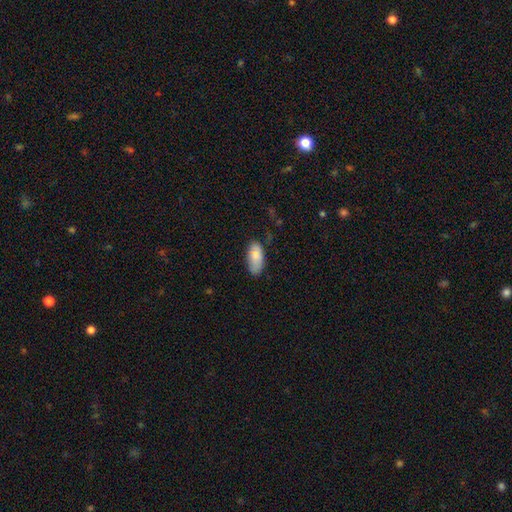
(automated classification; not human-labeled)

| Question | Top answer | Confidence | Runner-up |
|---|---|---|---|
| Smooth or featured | smooth | 84% | featured or disk (10%) |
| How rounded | in between | 91% | cigar-shaped (7%) |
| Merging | none | 68% | minor disturbance (25%) |